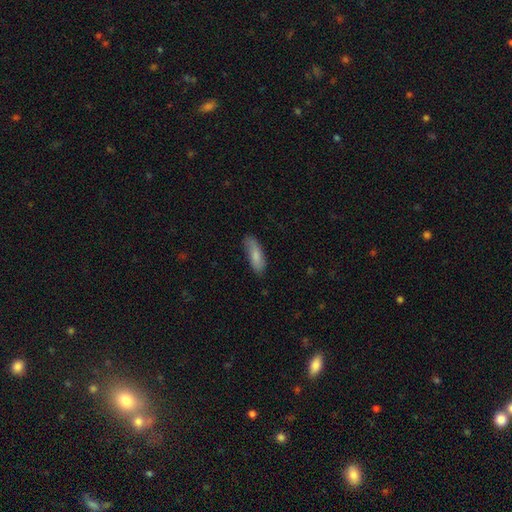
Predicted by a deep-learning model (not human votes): This is likely a smooth galaxy (78%). How rounded: possibly in between (57%). Merging: likely none (76%).